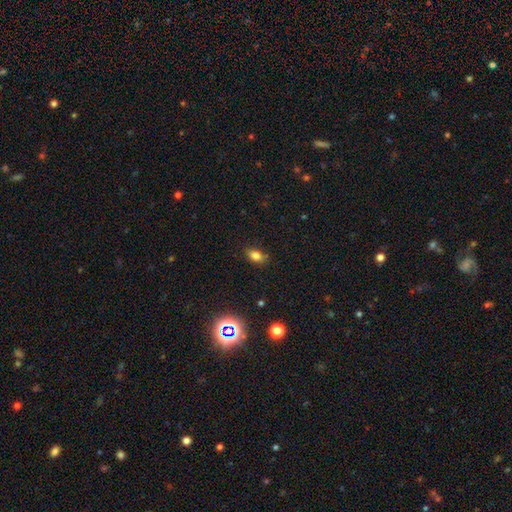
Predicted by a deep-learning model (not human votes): A smooth galaxy with no disk features (78%) that is in between round and cigar-shaped (83%).

Vote fractions:
- Smooth or featured? smooth: 78% / star or artifact: 14% / featured or disk: 7%
- How rounded? in between: 83% / round: 13% / cigar-shaped: 4%
- Merging? none: 79% / minor disturbance: 15% / major disturbance: 3% / merger: 2%